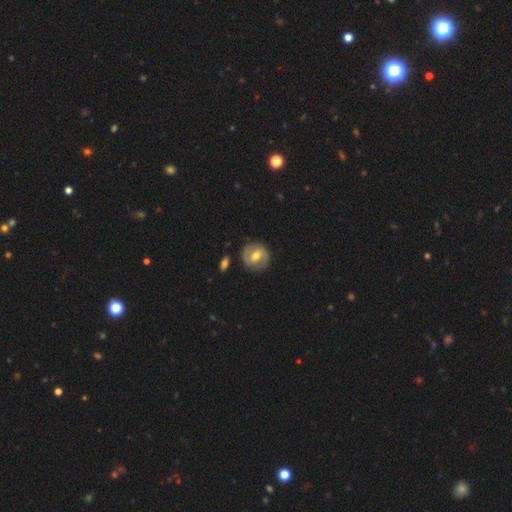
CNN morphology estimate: Overall: featured or disk (61%; smooth 33%). Edge-on disk: no (96%). Bar: weak (48%; no 30%). Spiral arms: yes (76%). Bulge size: moderate (74%). Merging: none (83%).